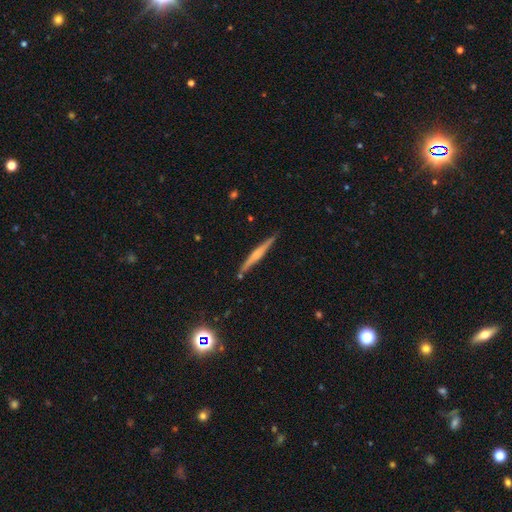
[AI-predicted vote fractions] Smooth or featured: featured or disk — 64% (smooth — 31%)
Edge-on disk: yes — 98% (no — 2%)
Edge-on bulge: rounded — 60% (none — 23%)
Merging: none — 87% (minor disturbance — 9%)